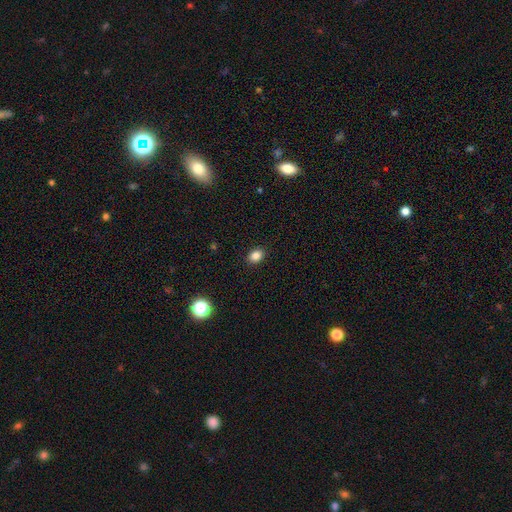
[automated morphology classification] Q: Smooth or featured?
A: smooth (85%); runner-up: star or artifact (11%)
Q: How rounded?
A: in between (63%); runner-up: round (36%)
Q: Merging?
A: none (90%); runner-up: minor disturbance (7%)